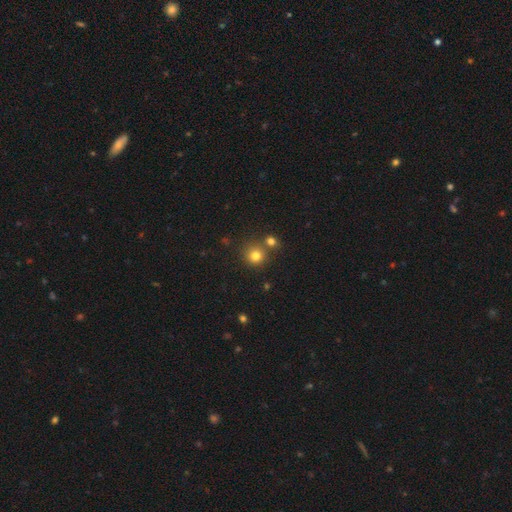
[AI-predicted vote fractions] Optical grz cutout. It shows a smooth galaxy with no disk features (78%) that is round (91%). Merging: none (70%).